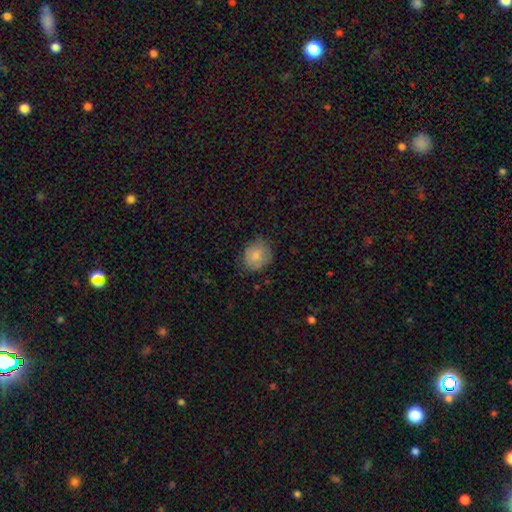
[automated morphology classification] This is clearly a smooth galaxy (82%). How rounded: likely round (71%). Merging: likely none (71%).